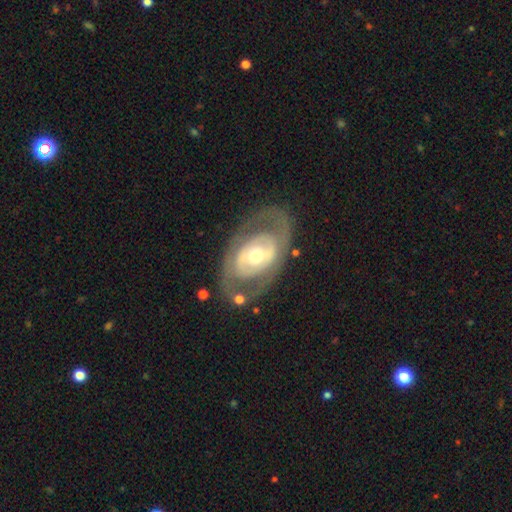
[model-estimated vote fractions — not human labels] Smooth or featured?
  - featured or disk: 73% *
  - smooth: 22%
  - star or artifact: 5%
Edge-on disk?
  - no: 92% *
  - yes: 8%
Bar?
  - no: 61% *
  - weak: 25%
  - strong: 14%
Spiral arms?
  - no: 63% *
  - yes: 37%
Bulge size?
  - moderate: 66% *
  - small: 22%
  - large: 10%
  - dominant: 1%
  - none: 1%
Merging?
  - none: 72% *
  - minor disturbance: 15%
  - major disturbance: 10%
  - merger: 3%